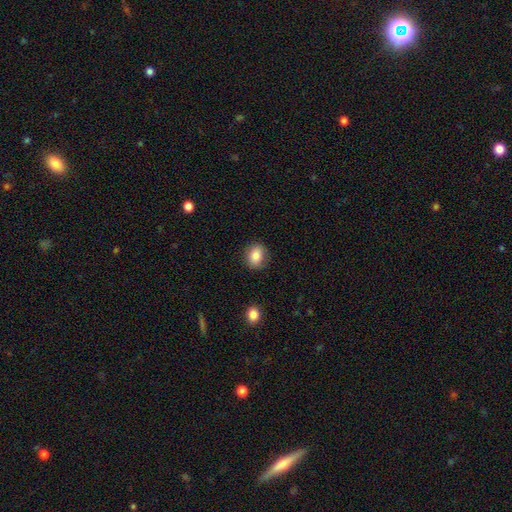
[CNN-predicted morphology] Overall: smooth (84%). How rounded: round (55%; in between 44%). Merging: none (85%).